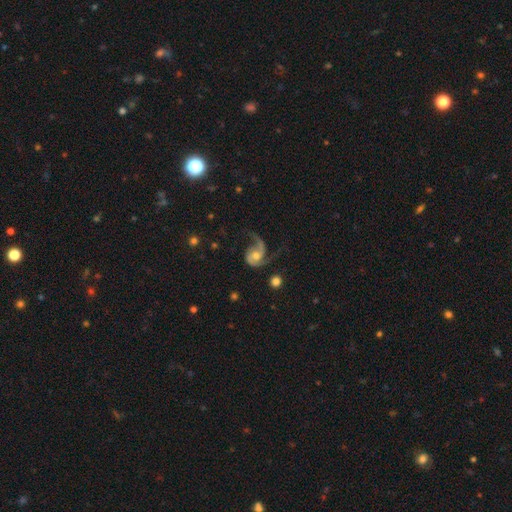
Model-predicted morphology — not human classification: smooth_or_featured: featured or disk (p=0.84) [alt: smooth p=0.11]
disk_edge_on: no (p=0.98) [alt: yes p=0.02]
bar: no (p=0.65) [alt: weak p=0.28]
has_spiral_arms: yes (p=0.96) [alt: no p=0.04]
spiral_winding: loose (p=0.52) [alt: medium p=0.37]
spiral_arm_count: 2 (p=0.68) [alt: 1 p=0.24]
bulge_size: moderate (p=0.62) [alt: small p=0.29]
merging: none (p=0.44) [alt: major disturbance p=0.32]